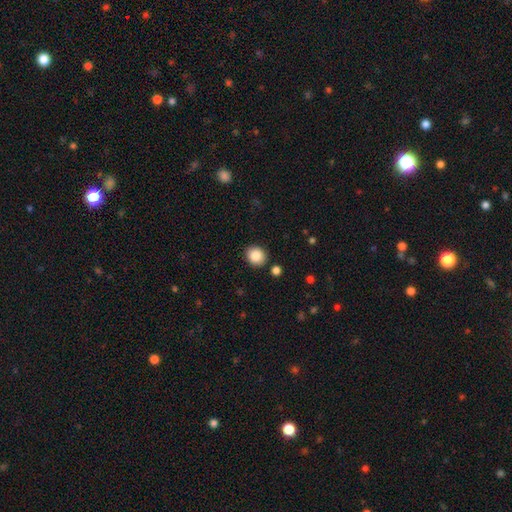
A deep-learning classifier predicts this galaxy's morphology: Smooth or featured? smooth (87%)
How rounded? round (81%)
Merging? none (88%)